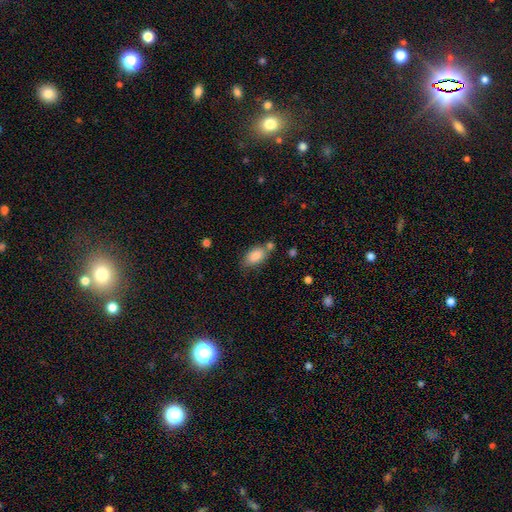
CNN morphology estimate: A smooth galaxy with no disk features (85%) that is in between round and cigar-shaped (91%). Merging: none (59%).